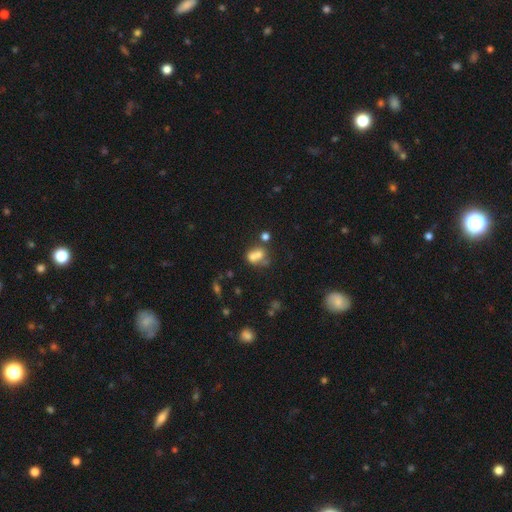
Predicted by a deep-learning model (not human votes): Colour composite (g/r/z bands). It shows a smooth galaxy with no disk features (63%) that is round (62%). Merging: merger (59%).